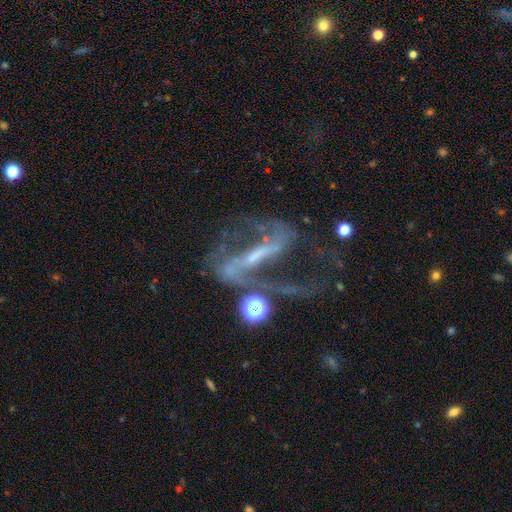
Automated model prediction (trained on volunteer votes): Smooth or featured? featured or disk (83%)
Edge-on disk? no (88%)
Bar? strong (69%)
Spiral arms? yes (86%)
Spiral winding? loose (52%)
Spiral arm count? 2 (83%)
Bulge size? small (52%)
Merging? none (41%)